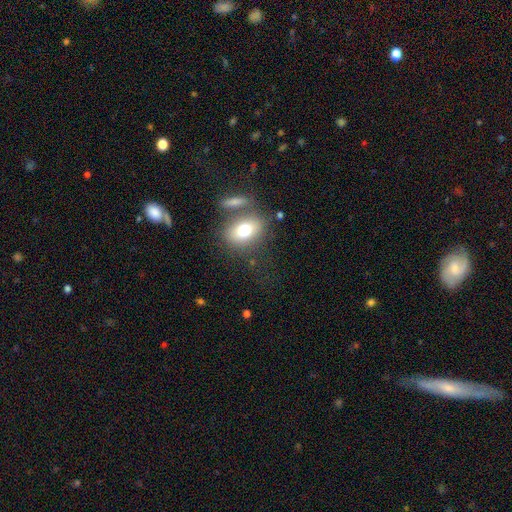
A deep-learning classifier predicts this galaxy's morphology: Overall: smooth (56%; featured or disk 25%). How rounded: in between (64%; round 31%). Merging: none (46%; merger 24%).